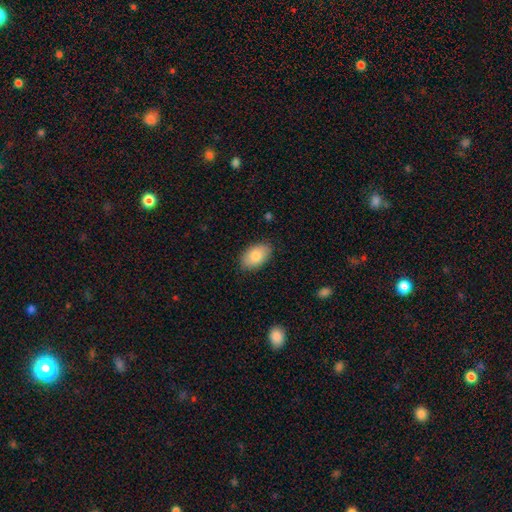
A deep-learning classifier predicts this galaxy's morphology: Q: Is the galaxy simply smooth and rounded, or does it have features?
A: smooth — 84%.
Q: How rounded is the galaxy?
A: in between — 93%.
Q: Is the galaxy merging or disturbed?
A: none — 86%.